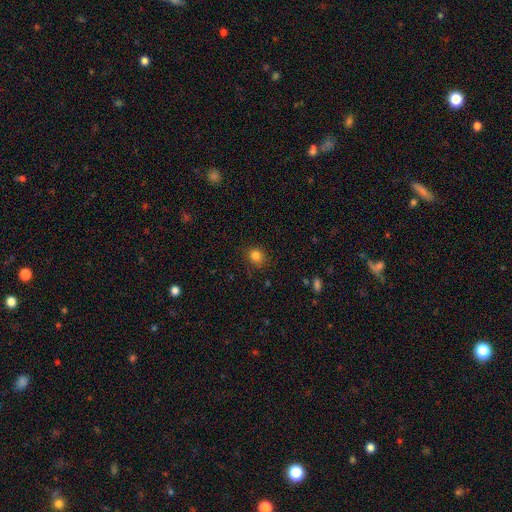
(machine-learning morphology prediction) A smooth galaxy with no disk features (83%) that is round (80%). Merging: none (85%).